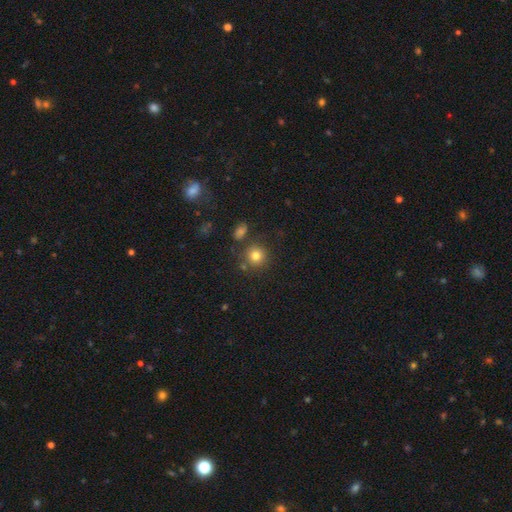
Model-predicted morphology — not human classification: Smooth or featured? smooth (79%)
How rounded? round (91%)
Merging? none (79%)